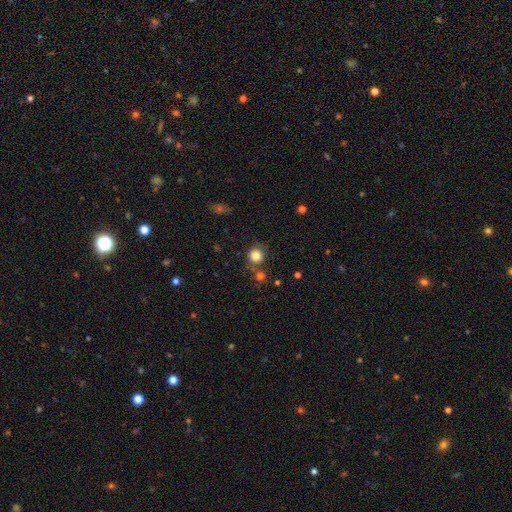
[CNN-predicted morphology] Q: Smooth or featured?
A: smooth (83%); runner-up: star or artifact (12%)
Q: How rounded?
A: round (90%); runner-up: in between (9%)
Q: Merging?
A: none (74%); runner-up: merger (11%)